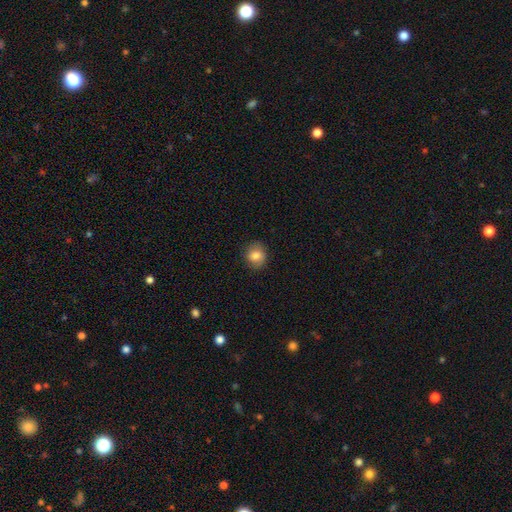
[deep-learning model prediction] This is likely a smooth galaxy (80%). How rounded: likely round (76%). Merging: clearly none (82%).